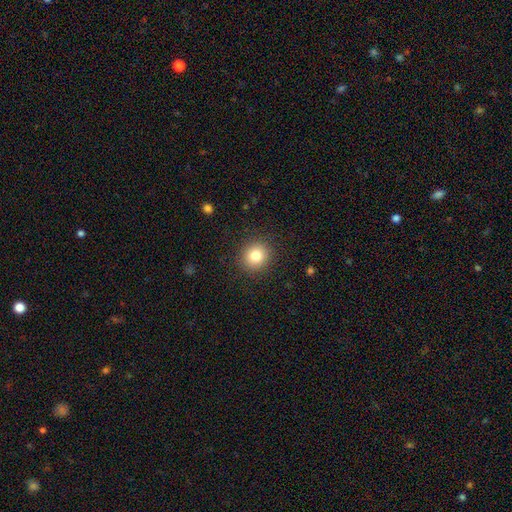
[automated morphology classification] Overall: smooth (81%). How rounded: round (89%). Merging: none (90%).